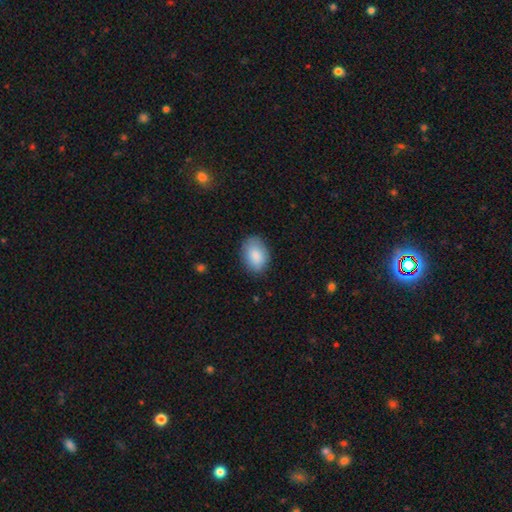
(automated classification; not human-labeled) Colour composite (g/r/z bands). It shows a smooth galaxy with no disk features (86%) that is in between round and cigar-shaped (84%). Merging: none (82%).